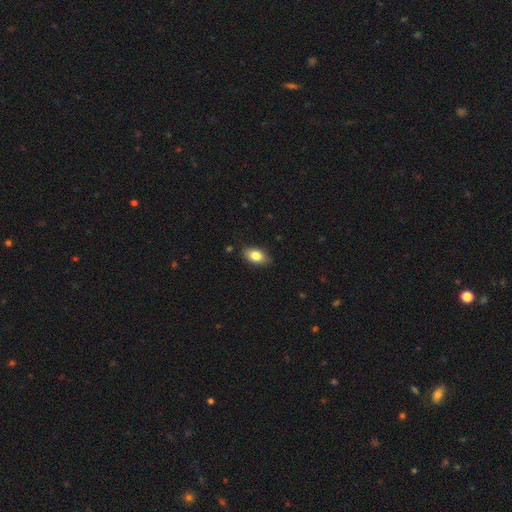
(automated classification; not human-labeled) Q: Smooth or featured?
A: smooth (83%); runner-up: featured or disk (10%)
Q: How rounded?
A: in between (91%); runner-up: round (7%)
Q: Merging?
A: none (86%); runner-up: minor disturbance (11%)